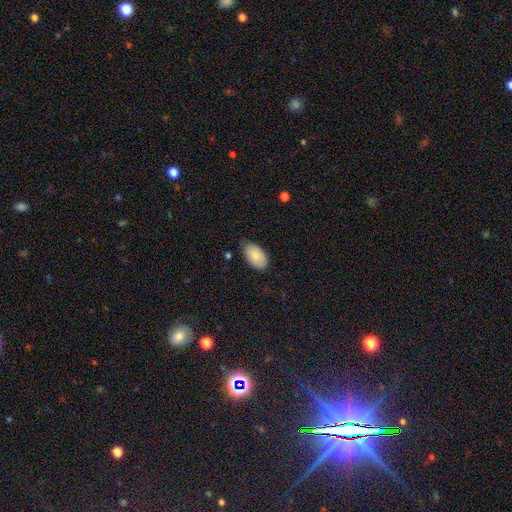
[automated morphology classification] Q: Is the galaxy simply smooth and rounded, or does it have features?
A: smooth — 80%.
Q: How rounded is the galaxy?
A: in between — 94%.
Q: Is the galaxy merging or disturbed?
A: none — 77%.